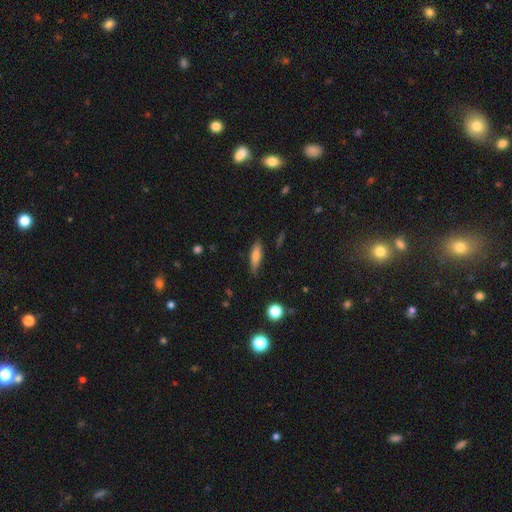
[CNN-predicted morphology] A smooth galaxy with no disk features (65%) that is cigar-shaped (65%). Merging: none (81%).